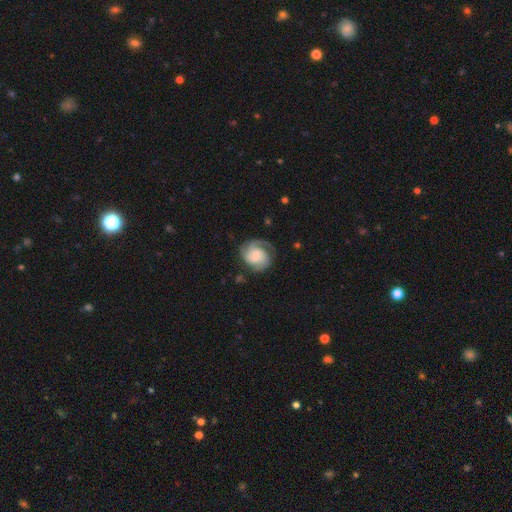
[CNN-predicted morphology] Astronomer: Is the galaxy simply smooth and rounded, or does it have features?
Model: featured or disk — 80%.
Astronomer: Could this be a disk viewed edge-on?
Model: no — 98%.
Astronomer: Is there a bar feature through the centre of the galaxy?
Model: no — 51% (runner-up: weak, 40%).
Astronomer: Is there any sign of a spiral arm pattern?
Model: yes — 97%.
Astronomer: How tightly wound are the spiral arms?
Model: tight — 50% (runner-up: medium, 39%).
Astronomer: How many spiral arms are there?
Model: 2 — 49%.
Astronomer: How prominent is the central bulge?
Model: small — 44% (runner-up: moderate, 30%).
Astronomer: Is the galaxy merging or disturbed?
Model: none — 68%.